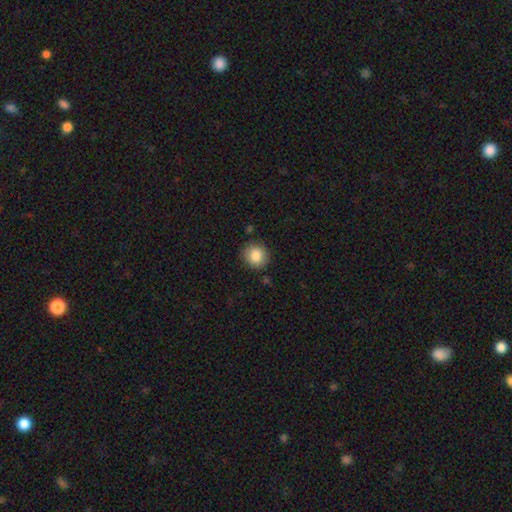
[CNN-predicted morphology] A smooth galaxy with no disk features (85%) that is round (86%). Merging: none (85%).